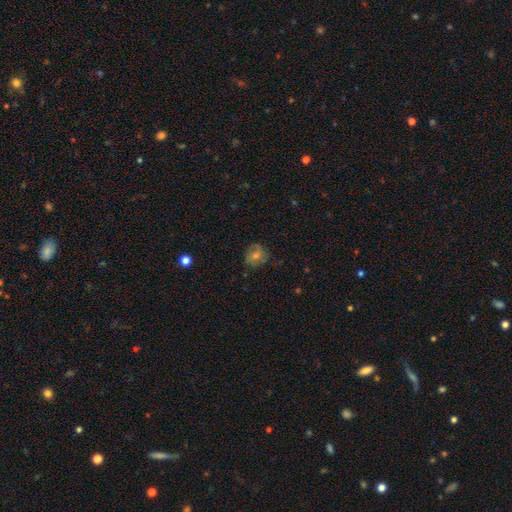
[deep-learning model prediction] smooth_or_featured: featured or disk (p=0.42) [tied with: smooth p=0.42]
merging: none (p=0.74) [alt: minor disturbance p=0.18]